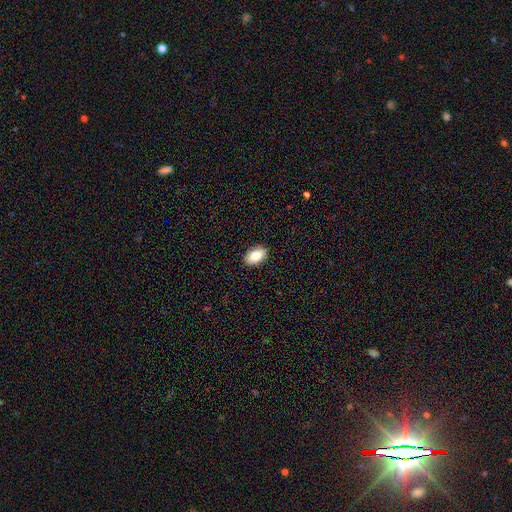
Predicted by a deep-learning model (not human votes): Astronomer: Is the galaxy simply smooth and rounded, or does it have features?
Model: smooth — 82%.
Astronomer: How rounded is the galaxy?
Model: in between — 91%.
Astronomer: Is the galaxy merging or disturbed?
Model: none — 90%.